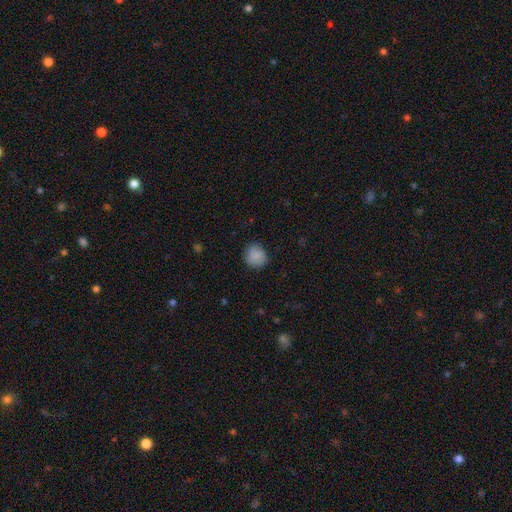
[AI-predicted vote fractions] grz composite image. It shows a smooth galaxy with no disk features (86%) that is round (85%). Merging: none (82%).